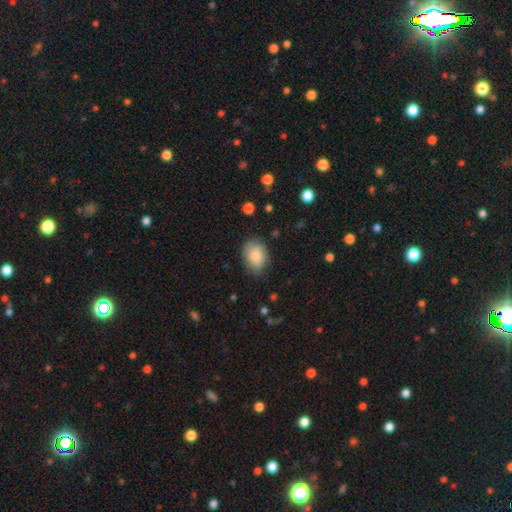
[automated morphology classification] Overall: smooth (83%). How rounded: in between (73%). Merging: none (75%).